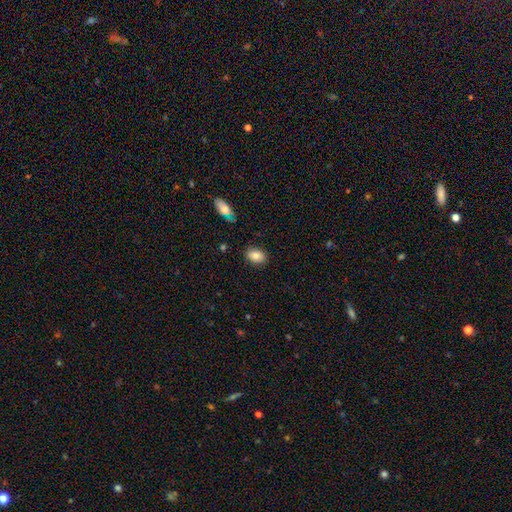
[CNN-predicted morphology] smooth-or-featured: smooth: 84% | featured or disk: 8% | star or artifact: 8%
  how-rounded: in between: 82% | round: 17% | cigar-shaped: 1%
  merging: none: 86% | minor disturbance: 10% | major disturbance: 2% | merger: 2%